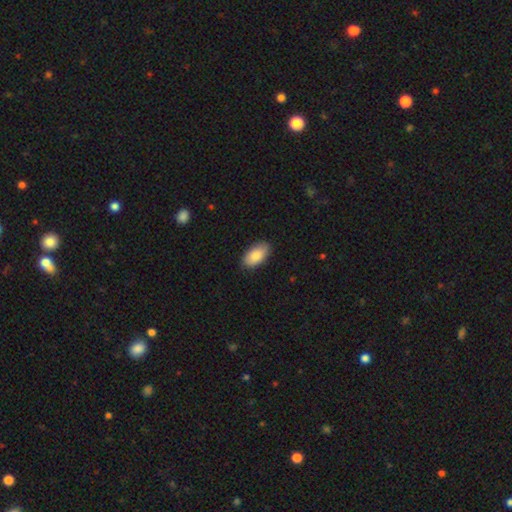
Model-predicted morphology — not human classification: Q: Smooth or featured?
A: smooth (85%); runner-up: featured or disk (9%)
Q: How rounded?
A: in between (95%); runner-up: round (3%)
Q: Merging?
A: none (86%); runner-up: minor disturbance (11%)